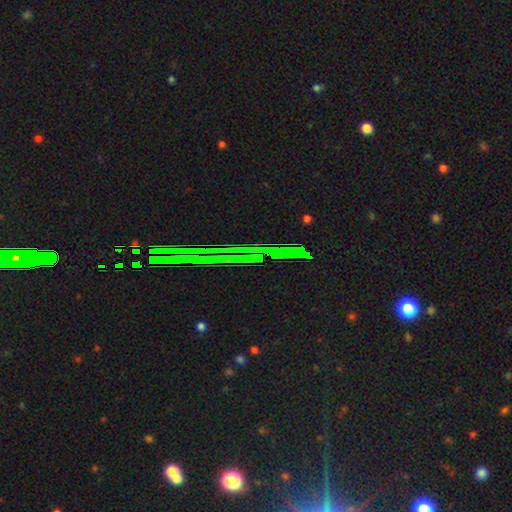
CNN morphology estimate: This appears to be a star or artifact, not a galaxy (79%).